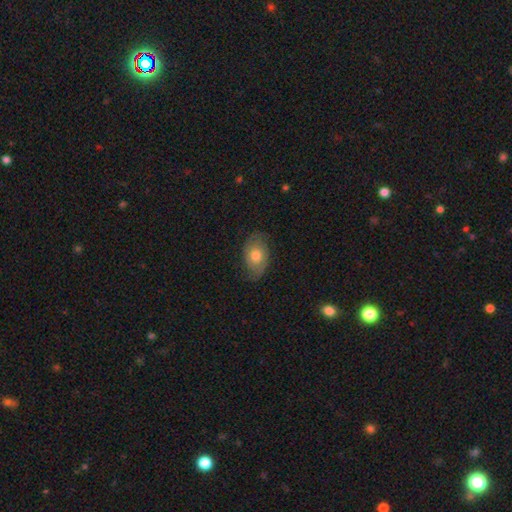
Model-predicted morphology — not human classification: This is possibly a smooth galaxy (59%). How rounded: clearly in between (84%). Merging: likely none (73%).